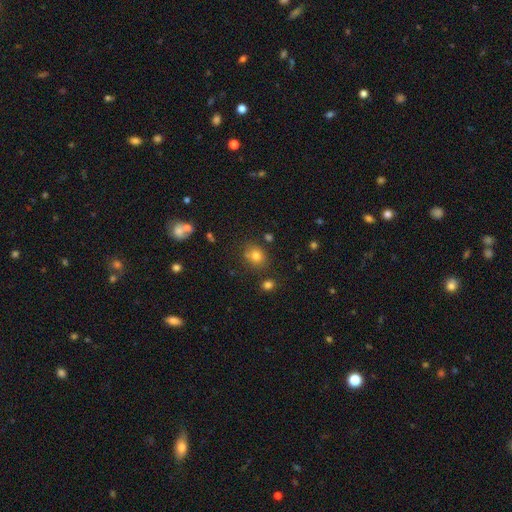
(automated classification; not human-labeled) This is likely a smooth galaxy (77%). How rounded: likely round (62%). Merging: likely none (75%).